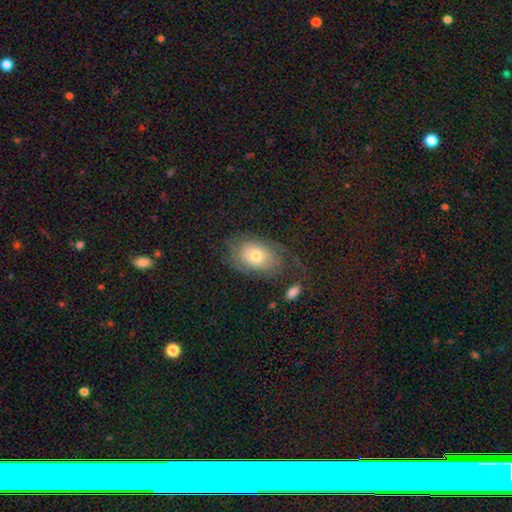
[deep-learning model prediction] Morphology: type=featured or disk (45%); merging=none (54%).